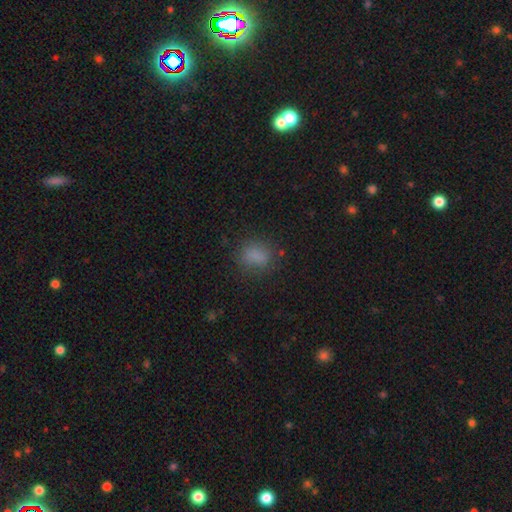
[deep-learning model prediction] smooth 81%, star or artifact 13%, featured or disk 6%. Down the decision tree: how rounded — in between (57%); merging — none (76%).